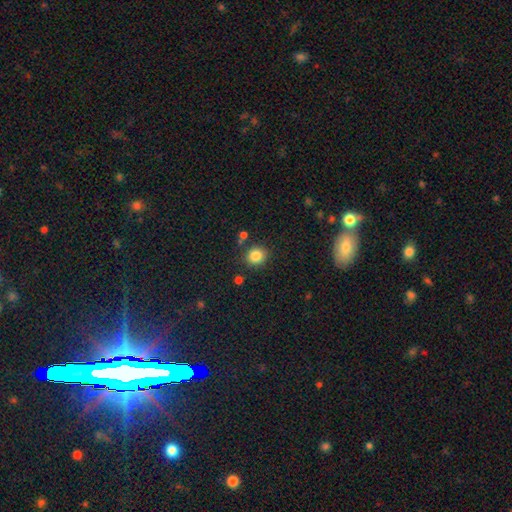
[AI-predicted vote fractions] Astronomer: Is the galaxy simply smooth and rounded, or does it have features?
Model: smooth — 84%.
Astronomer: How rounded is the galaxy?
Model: round — 81%.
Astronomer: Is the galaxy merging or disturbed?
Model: none — 83%.